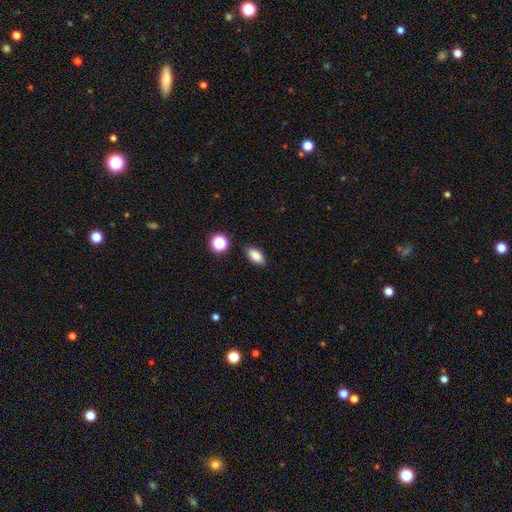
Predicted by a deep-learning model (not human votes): Morphology: type=smooth (86%); roundness=in between (89%); merging=none (86%).